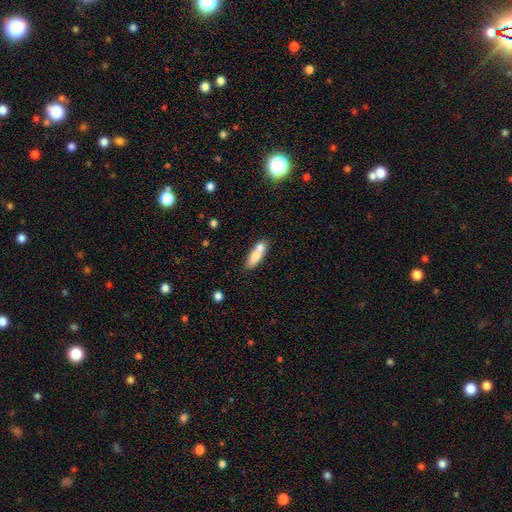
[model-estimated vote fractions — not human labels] Morphology: type=smooth (69%); roundness=in between (58%); merging=merger (49%).